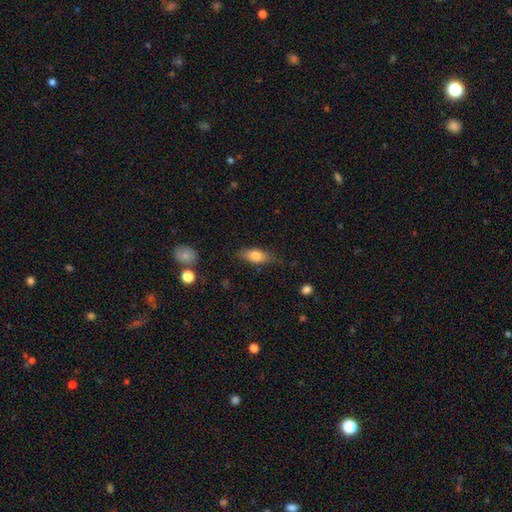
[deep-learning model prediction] Morphology: type=smooth (77%); roundness=in between (77%); merging=none (75%).